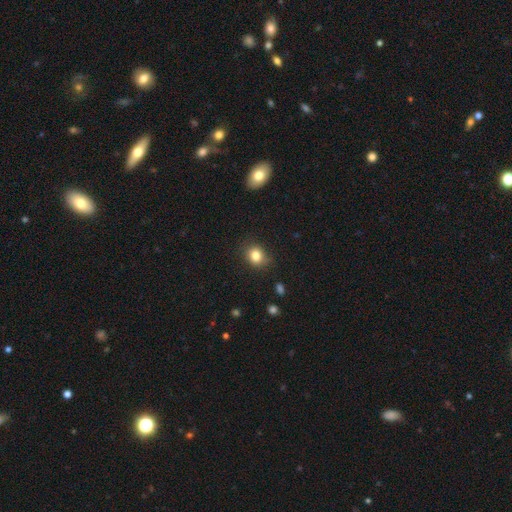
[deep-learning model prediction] smooth-or-featured: smooth: 82% | star or artifact: 11% | featured or disk: 6%
  how-rounded: round: 64% | in between: 35% | cigar-shaped: 1%
  merging: none: 82% | minor disturbance: 14% | major disturbance: 3% | merger: 1%